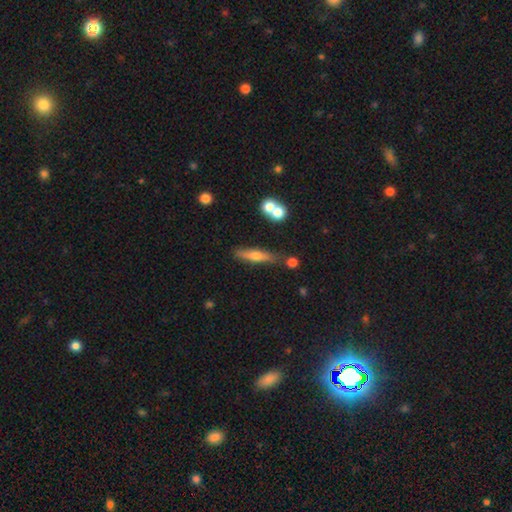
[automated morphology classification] The model was most divided on "smooth or featured": smooth: 51%, featured or disk: 42%, star or artifact: 8%. More confident: how rounded — cigar-shaped (78%); merging — none (76%).